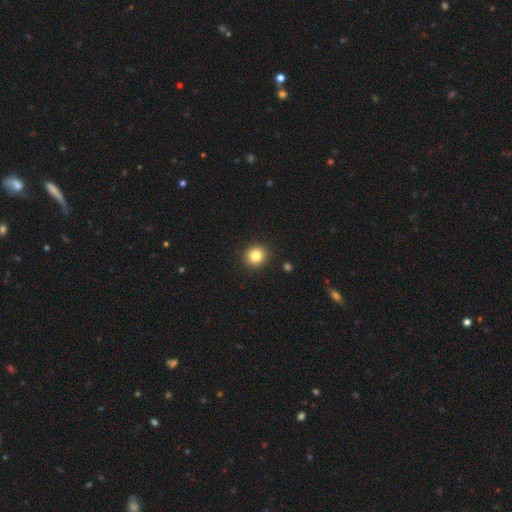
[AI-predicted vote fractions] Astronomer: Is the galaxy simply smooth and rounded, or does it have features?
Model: smooth — 83%.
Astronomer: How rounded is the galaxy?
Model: round — 88%.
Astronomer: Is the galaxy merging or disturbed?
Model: none — 92%.